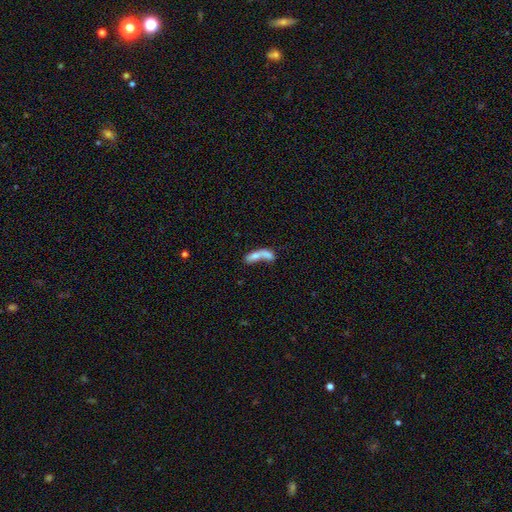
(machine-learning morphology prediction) Smooth or featured?
  - smooth: 64% *
  - featured or disk: 27%
  - star or artifact: 9%
How rounded?
  - in between: 50% *
  - cigar-shaped: 43%
  - round: 6%
Merging?
  - merger: 62% *
  - none: 17%
  - major disturbance: 12%
  - minor disturbance: 8%